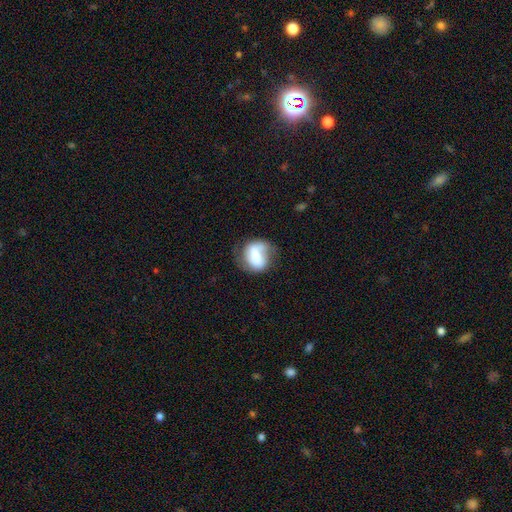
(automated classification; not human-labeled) Smooth or featured? Predicted: smooth (p=0.54). How rounded? Predicted: in between (p=0.50). Merging? Predicted: none (p=0.48).